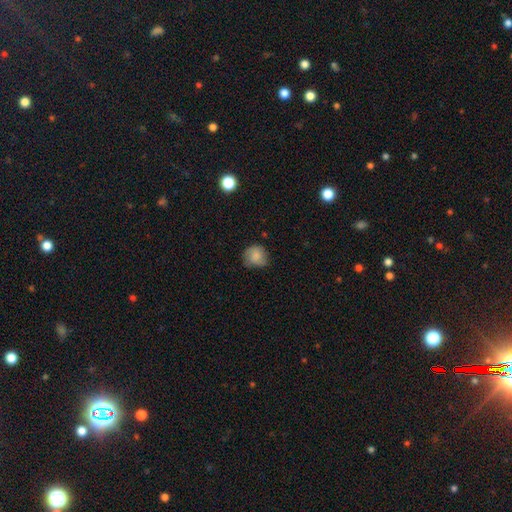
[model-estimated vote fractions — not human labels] smooth 80%, featured or disk 12%, star or artifact 8%. Down the decision tree: how rounded — round (81%); merging — none (66%).